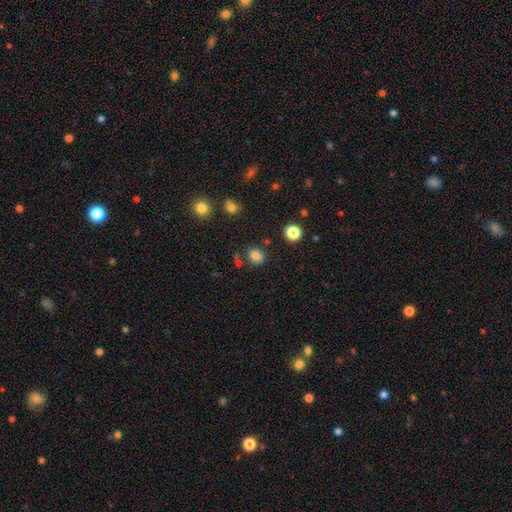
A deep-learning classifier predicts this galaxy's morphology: A smooth galaxy with no disk features (80%) that is round (73%).

Vote fractions:
- Smooth or featured? smooth: 80% / star or artifact: 13% / featured or disk: 7%
- How rounded? round: 73% / in between: 26% / cigar-shaped: 1%
- Merging? none: 80% / minor disturbance: 10% / merger: 6% / major disturbance: 3%